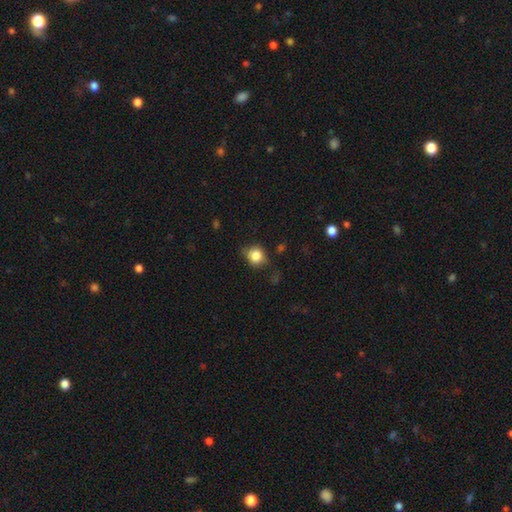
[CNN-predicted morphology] The model was most divided on "merging": none: 66%, minor disturbance: 25%, major disturbance: 7%, merger: 2%. More confident: smooth or featured — smooth (81%); how rounded — round (73%).